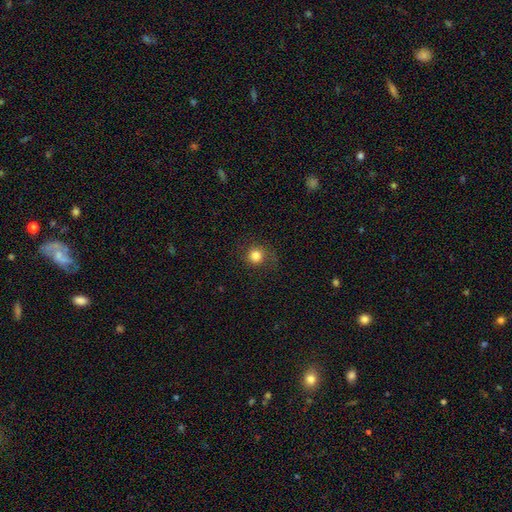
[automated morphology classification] smooth 80%, star or artifact 12%, featured or disk 8%. Down the decision tree: how rounded — round (92%); merging — none (80%).